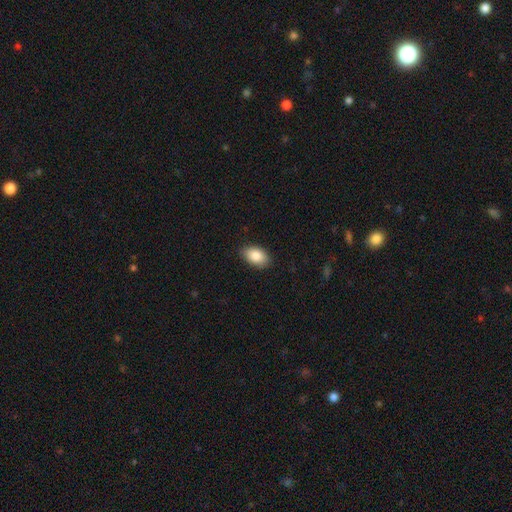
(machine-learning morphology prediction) Q: Smooth or featured?
A: smooth (86%); runner-up: star or artifact (7%)
Q: How rounded?
A: in between (91%); runner-up: round (8%)
Q: Merging?
A: none (87%); runner-up: minor disturbance (10%)